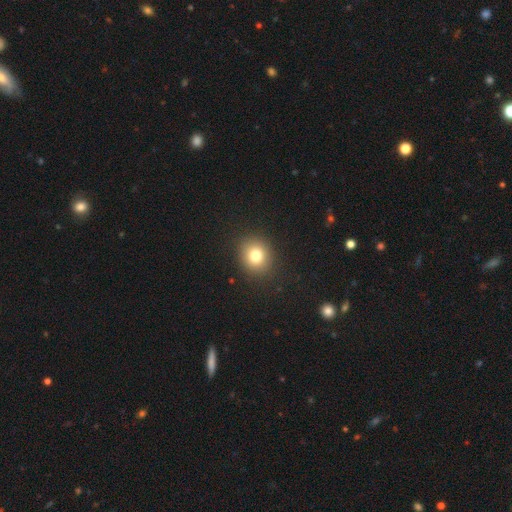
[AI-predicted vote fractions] Overall: smooth (79%). How rounded: round (74%). Merging: none (90%).